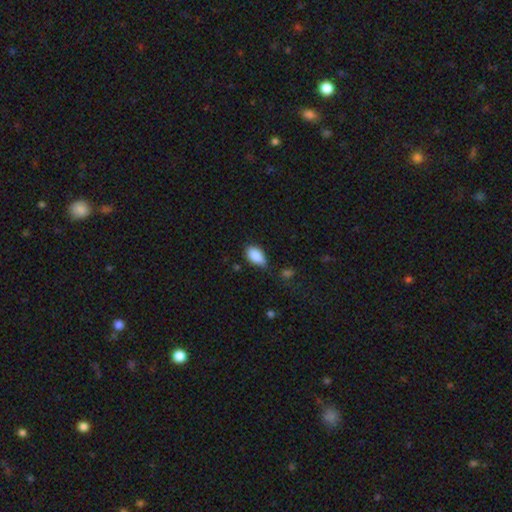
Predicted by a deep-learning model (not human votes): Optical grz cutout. It shows a smooth galaxy with no disk features (87%) that is in between round and cigar-shaped (92%). Merging: none (60%).